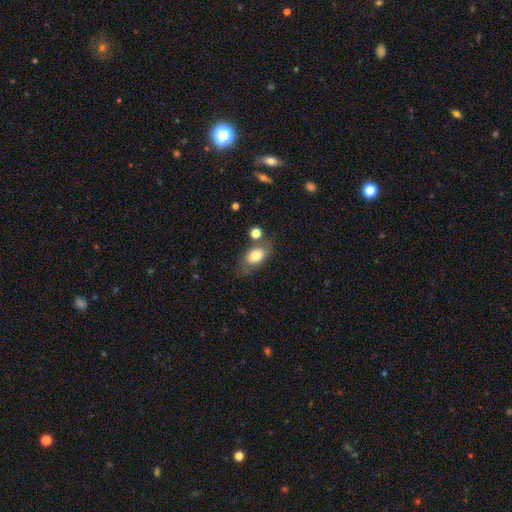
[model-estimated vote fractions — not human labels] The model was most divided on "merging": none: 63%, minor disturbance: 18%, merger: 12%, major disturbance: 7%. More confident: how rounded — in between (83%); smooth or featured — smooth (75%).